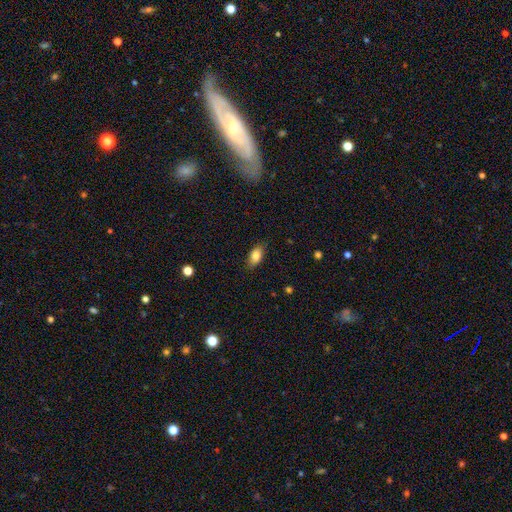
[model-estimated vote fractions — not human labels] A smooth galaxy with no disk features (84%) that is in between round and cigar-shaped (89%). Merging: none (83%).